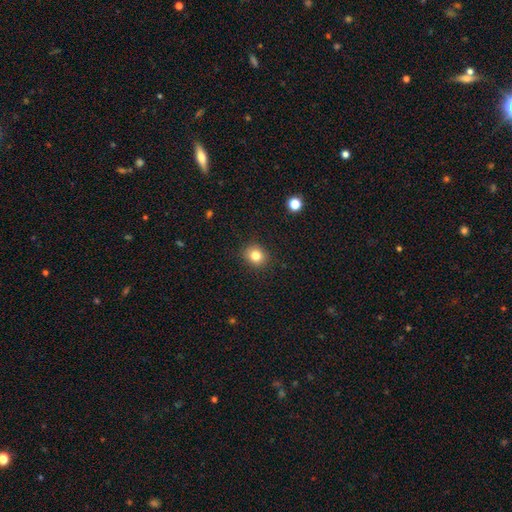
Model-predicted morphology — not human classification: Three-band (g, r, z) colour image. It shows a smooth galaxy with no disk features (82%) that is round (74%). Merging: none (89%).